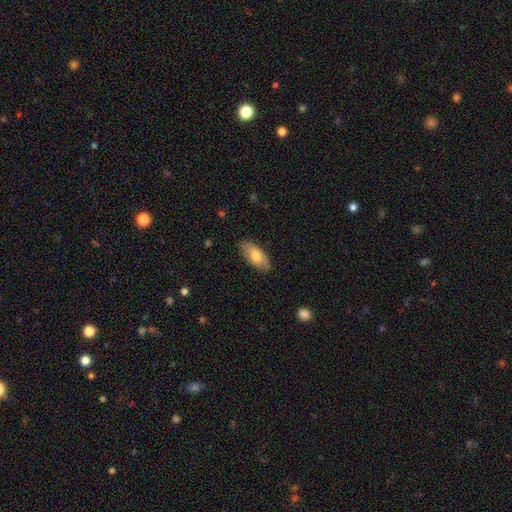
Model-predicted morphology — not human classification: Smooth or featured?
  - smooth: 72% *
  - featured or disk: 23%
  - star or artifact: 6%
How rounded?
  - in between: 90% *
  - cigar-shaped: 8%
  - round: 2%
Merging?
  - none: 82% *
  - minor disturbance: 15%
  - major disturbance: 3%
  - merger: 1%